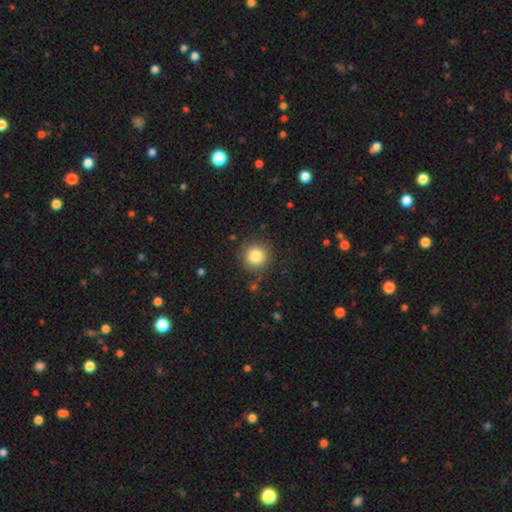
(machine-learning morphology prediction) The model was most divided on "smooth or featured": smooth: 83%, star or artifact: 10%, featured or disk: 6%. More confident: how rounded — round (93%); merging — none (86%).